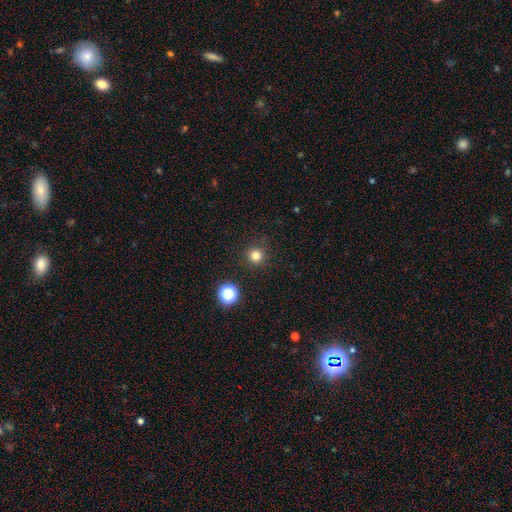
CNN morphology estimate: Smooth or featured?
  - smooth: 80% *
  - star or artifact: 16%
  - featured or disk: 5%
How rounded?
  - round: 95% *
  - in between: 4%
  - cigar-shaped: 1%
Merging?
  - none: 91% *
  - minor disturbance: 6%
  - major disturbance: 2%
  - merger: 1%